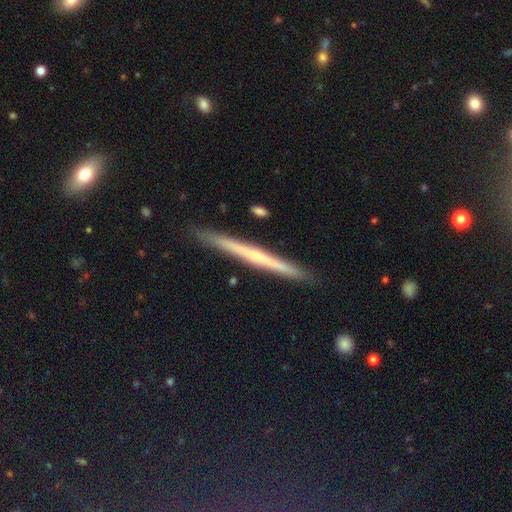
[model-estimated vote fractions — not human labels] Q: Smooth or featured?
A: featured or disk (63%); runner-up: smooth (32%)
Q: Edge-on disk?
A: yes (98%); runner-up: no (2%)
Q: Edge-on bulge?
A: none (56%); runner-up: rounded (39%)
Q: Merging?
A: none (90%); runner-up: minor disturbance (7%)